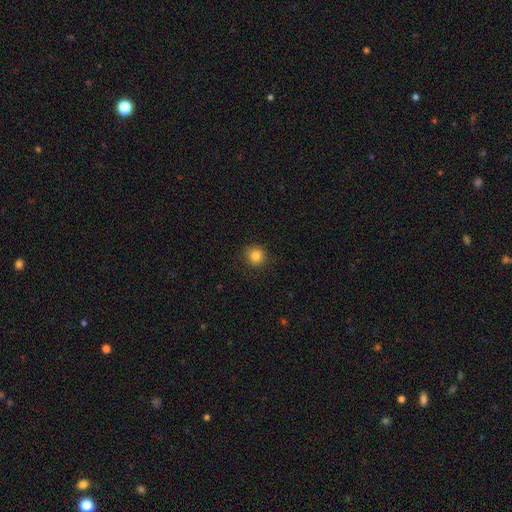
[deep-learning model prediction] smooth 84%, star or artifact 12%, featured or disk 5%. Down the decision tree: how rounded — round (92%); merging — none (90%).